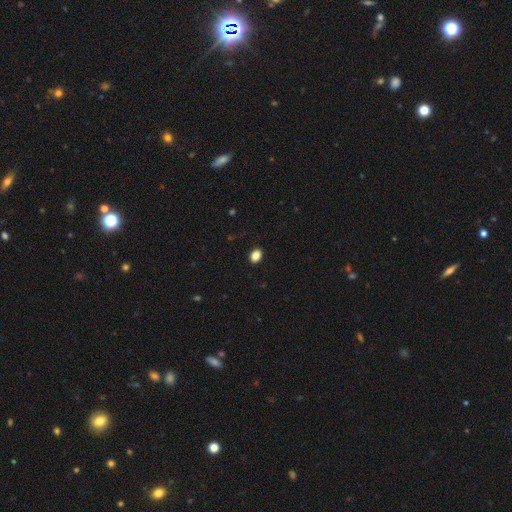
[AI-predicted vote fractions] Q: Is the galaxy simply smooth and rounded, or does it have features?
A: smooth — 86%.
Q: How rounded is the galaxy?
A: in between — 69%.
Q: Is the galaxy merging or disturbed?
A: none — 90%.